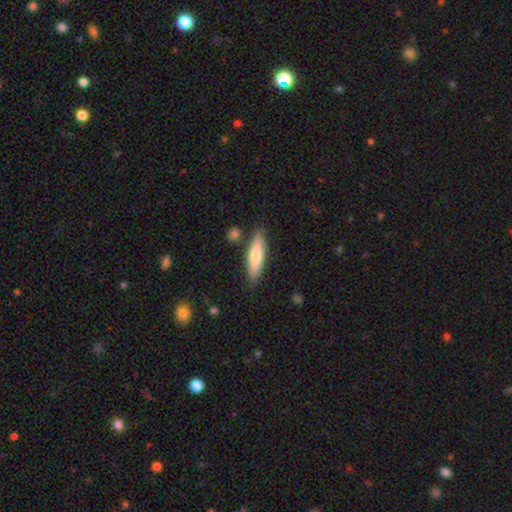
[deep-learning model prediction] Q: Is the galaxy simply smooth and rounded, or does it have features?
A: smooth — 70%.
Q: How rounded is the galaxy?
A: cigar-shaped — 72%.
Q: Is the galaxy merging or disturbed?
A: none — 82%.